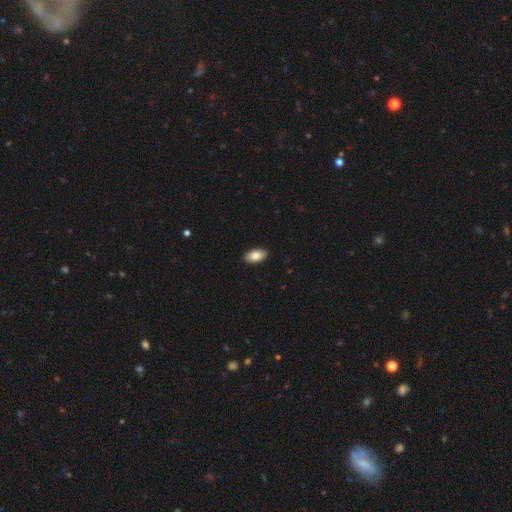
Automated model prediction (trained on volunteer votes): Smooth or featured: smooth — 86% (featured or disk — 8%)
How rounded: in between — 94% (round — 3%)
Merging: none — 91% (minor disturbance — 7%)